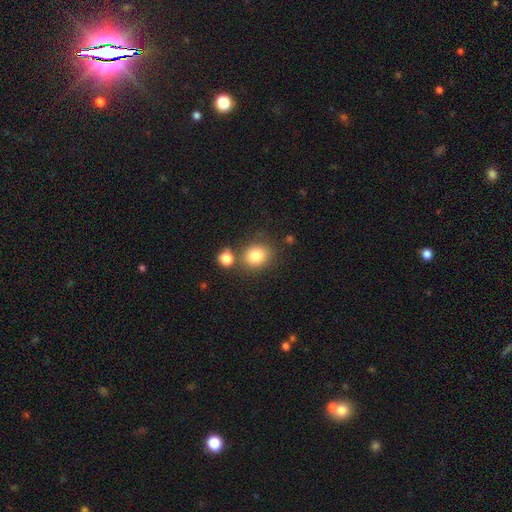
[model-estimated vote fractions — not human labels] Smooth or featured? Predicted: smooth (p=0.82). How rounded? Predicted: round (p=0.71). Merging? Predicted: none (p=0.70).